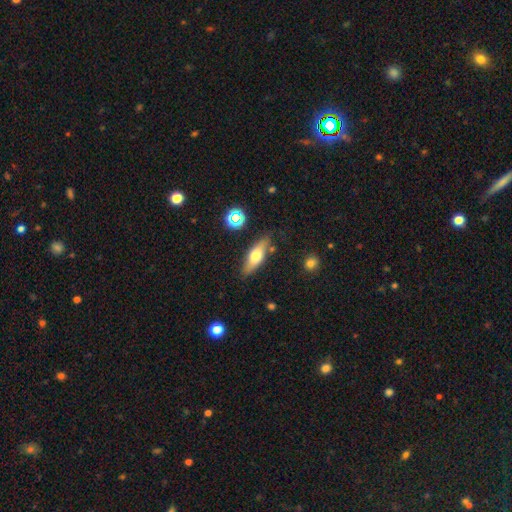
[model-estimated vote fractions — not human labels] smooth_or_featured: smooth (p=0.57) [alt: featured or disk p=0.35]
how_rounded: in between (p=0.57) [alt: cigar-shaped p=0.39]
merging: none (p=0.79) [alt: minor disturbance p=0.14]